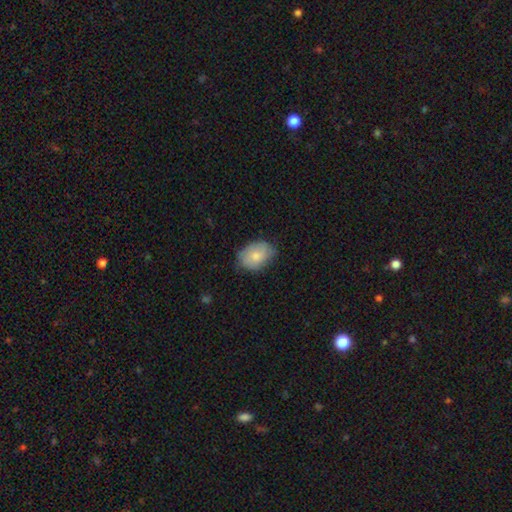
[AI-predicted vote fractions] Smooth or featured?
  - smooth: 73% *
  - featured or disk: 20%
  - star or artifact: 6%
How rounded?
  - in between: 80% *
  - round: 19%
  - cigar-shaped: 1%
Merging?
  - none: 68% *
  - minor disturbance: 26%
  - major disturbance: 5%
  - merger: 1%